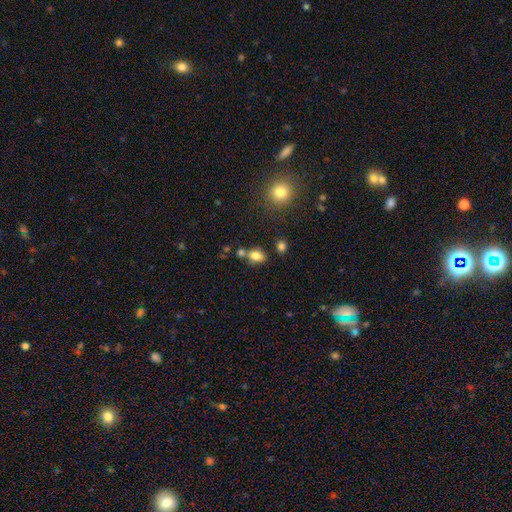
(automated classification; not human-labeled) This is clearly a smooth galaxy (81%). How rounded: likely in between (77%). Merging: possibly none (60%).